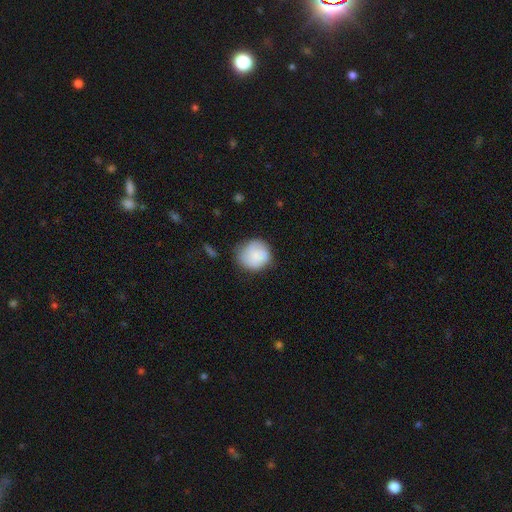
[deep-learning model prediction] smooth 73%, featured or disk 20%, star or artifact 7%. Down the decision tree: how rounded — round (87%); merging — none (66%).